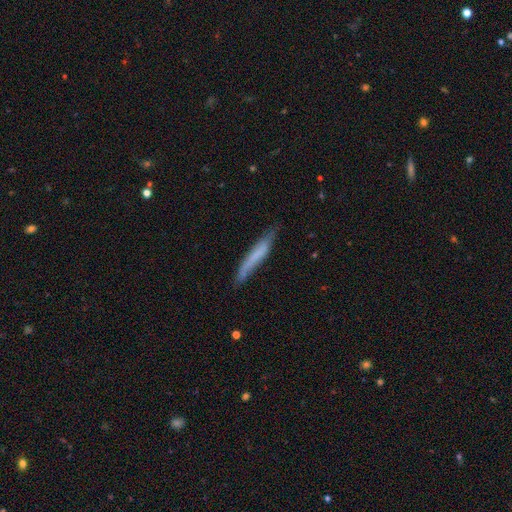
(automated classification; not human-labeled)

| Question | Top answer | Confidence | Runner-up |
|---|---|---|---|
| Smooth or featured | smooth | 58% | featured or disk (35%) |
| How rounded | cigar-shaped | 94% | in between (4%) |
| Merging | none | 72% | minor disturbance (21%) |